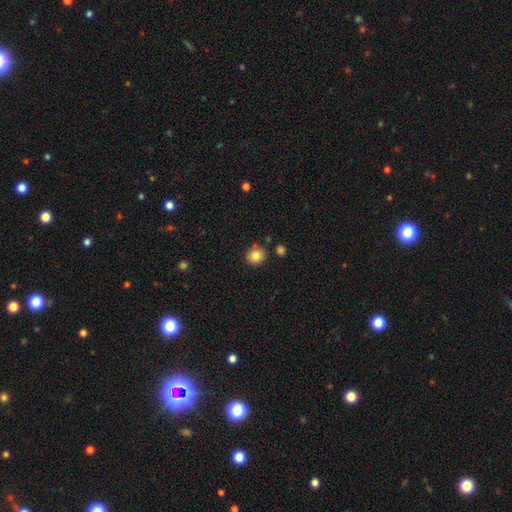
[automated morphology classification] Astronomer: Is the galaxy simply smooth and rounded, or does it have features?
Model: smooth — 81%.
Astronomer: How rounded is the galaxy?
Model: round — 85%.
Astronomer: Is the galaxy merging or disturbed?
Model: none — 84%.